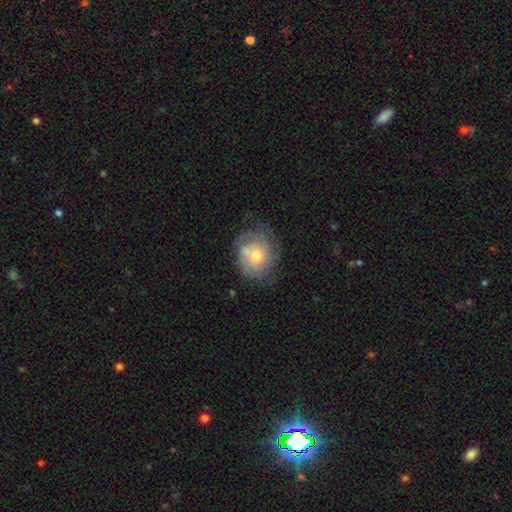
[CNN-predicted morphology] smooth-or-featured: smooth: 46% | featured or disk: 45% | star or artifact: 9%
  merging: none: 56% | minor disturbance: 26% | major disturbance: 13% | merger: 5%